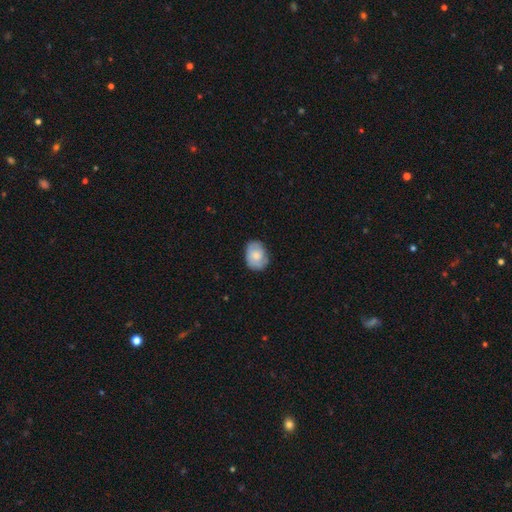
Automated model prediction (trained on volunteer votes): This appears to be a smooth galaxy with no disk features (63%) that is in between round and cigar-shaped (67%). Merging: none (72%).